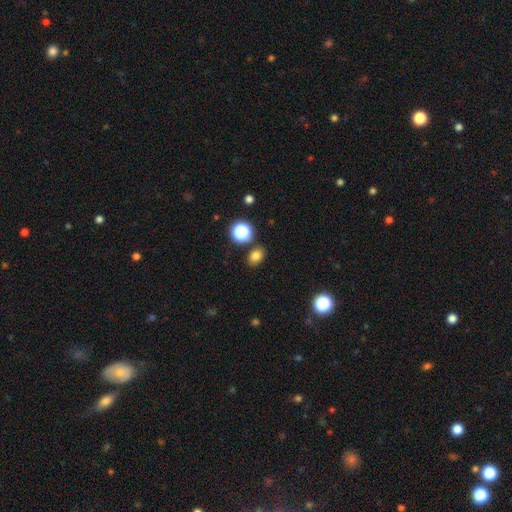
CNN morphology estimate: Q: Smooth or featured?
A: smooth (78%); runner-up: star or artifact (16%)
Q: How rounded?
A: in between (58%); runner-up: round (41%)
Q: Merging?
A: none (82%); runner-up: minor disturbance (9%)